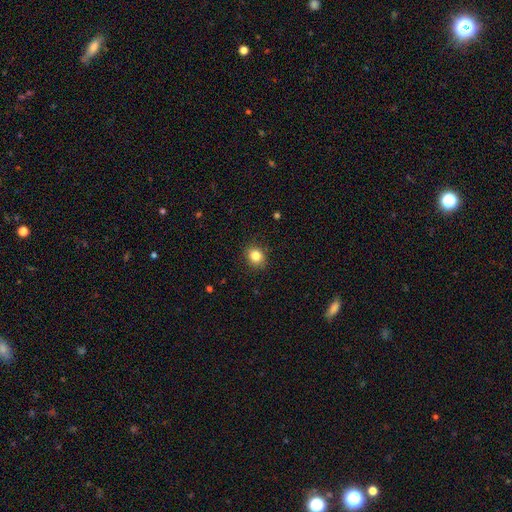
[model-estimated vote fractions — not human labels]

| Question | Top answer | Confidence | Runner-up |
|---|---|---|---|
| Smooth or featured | smooth | 84% | star or artifact (11%) |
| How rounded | round | 71% | in between (28%) |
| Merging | none | 89% | minor disturbance (8%) |